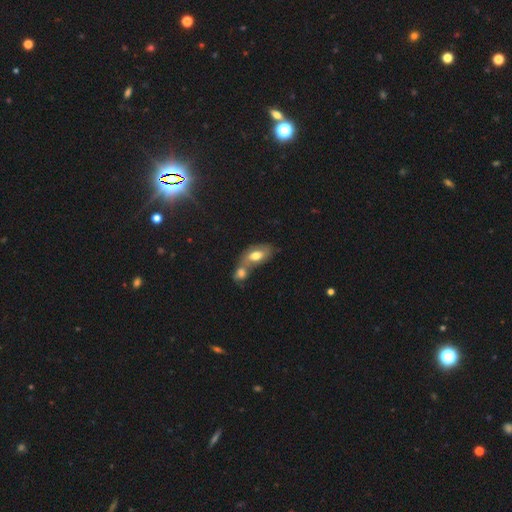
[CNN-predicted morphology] smooth_or_featured: smooth (p=0.66) [alt: featured or disk p=0.26]
how_rounded: in between (p=0.90) [alt: round p=0.07]
merging: merger (p=0.60) [alt: none p=0.26]